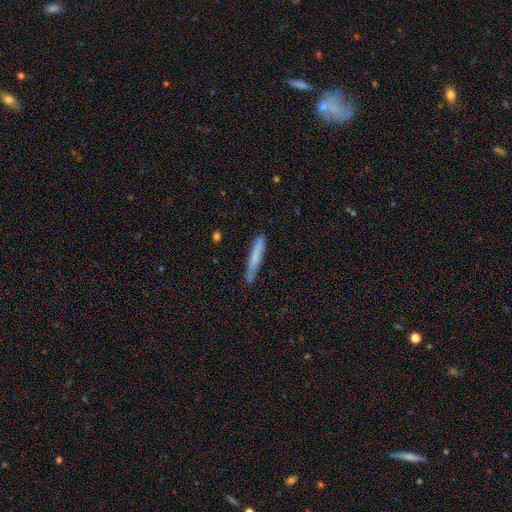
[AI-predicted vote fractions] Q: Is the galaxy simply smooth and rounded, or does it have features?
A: smooth — 72%.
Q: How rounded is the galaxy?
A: cigar-shaped — 95%.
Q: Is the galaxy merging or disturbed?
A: none — 77%.